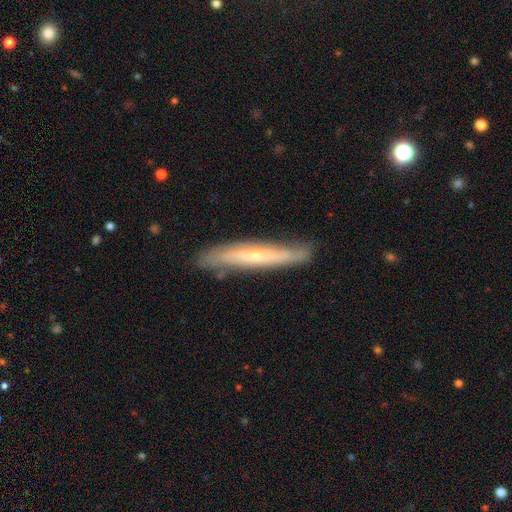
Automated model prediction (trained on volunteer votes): This is likely a featured or disk galaxy (64%). It is likely viewed edge-on (77%). Merging: clearly none (80%).